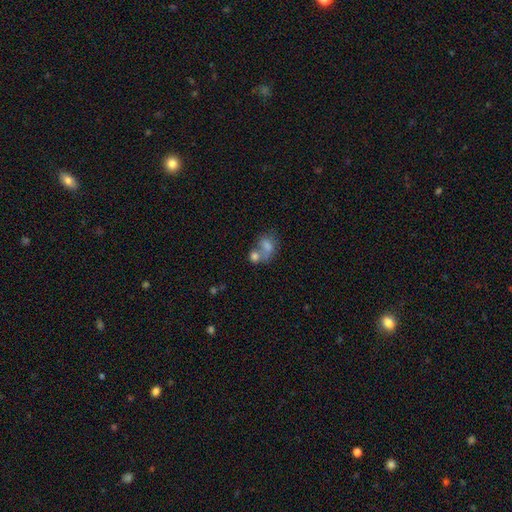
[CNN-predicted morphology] Smooth or featured?
  - smooth: 64% *
  - featured or disk: 22%
  - star or artifact: 14%
How rounded?
  - in between: 60% *
  - round: 38%
  - cigar-shaped: 2%
Merging?
  - merger: 58% *
  - none: 26%
  - minor disturbance: 9%
  - major disturbance: 7%